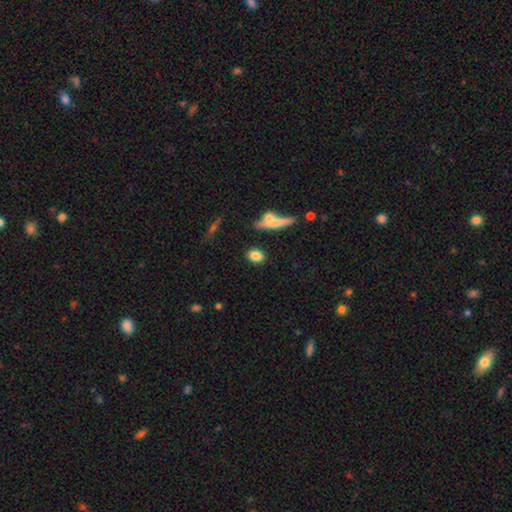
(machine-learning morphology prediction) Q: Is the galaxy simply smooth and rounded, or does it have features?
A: smooth — 82%.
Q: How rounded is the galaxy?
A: in between — 68%.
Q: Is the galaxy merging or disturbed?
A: none — 81%.